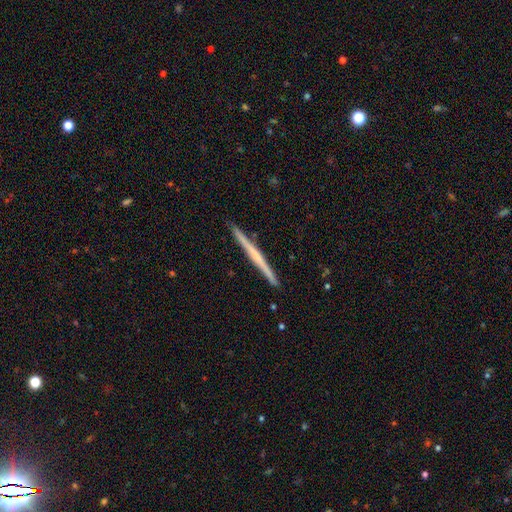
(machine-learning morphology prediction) Q: Smooth or featured?
A: featured or disk (59%); runner-up: smooth (36%)
Q: Edge-on disk?
A: yes (98%); runner-up: no (2%)
Q: Edge-on bulge?
A: none (73%); runner-up: rounded (20%)
Q: Merging?
A: none (92%); runner-up: minor disturbance (5%)